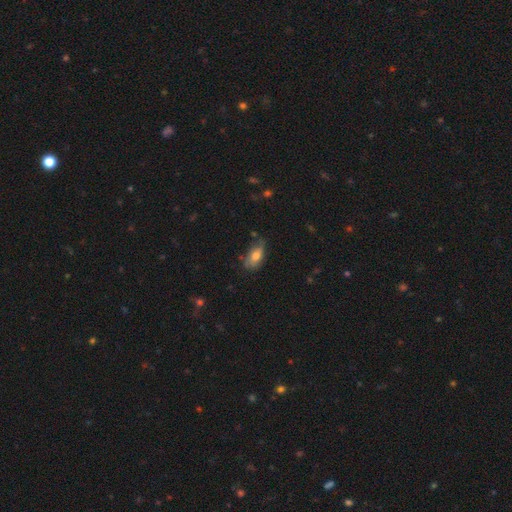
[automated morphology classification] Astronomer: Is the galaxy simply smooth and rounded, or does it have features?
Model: smooth — 67%.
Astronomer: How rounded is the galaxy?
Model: in between — 87%.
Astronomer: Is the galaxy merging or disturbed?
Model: none — 48% (runner-up: minor disturbance, 36%).